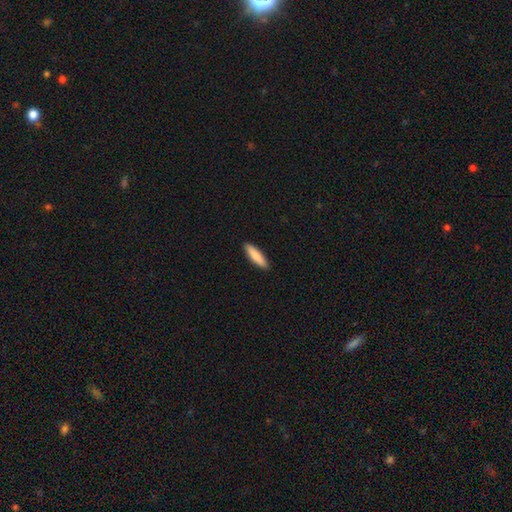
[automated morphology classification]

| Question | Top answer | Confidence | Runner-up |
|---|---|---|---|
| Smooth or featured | smooth | 83% | featured or disk (12%) |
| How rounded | cigar-shaped | 72% | in between (27%) |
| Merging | none | 91% | minor disturbance (6%) |